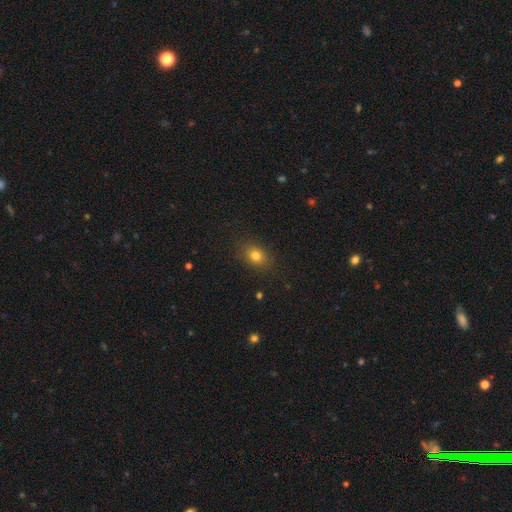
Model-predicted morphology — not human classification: This appears to be a smooth galaxy with no disk features (80%) that is in between round and cigar-shaped (61%). Merging: none (85%).